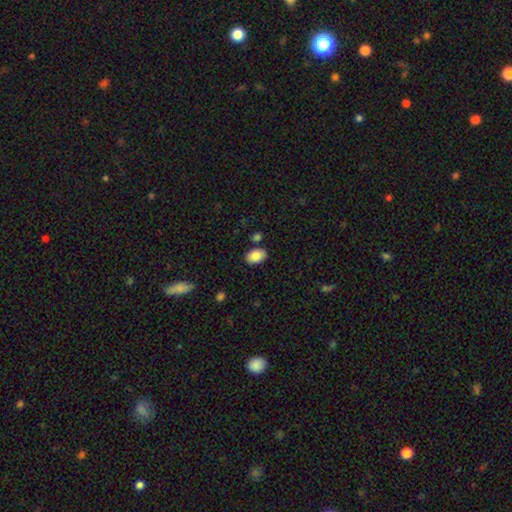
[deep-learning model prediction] smooth-or-featured: smooth: 85% | featured or disk: 8% | star or artifact: 7%
  how-rounded: in between: 87% | round: 12% | cigar-shaped: 1%
  merging: none: 82% | minor disturbance: 10% | merger: 5% | major disturbance: 2%